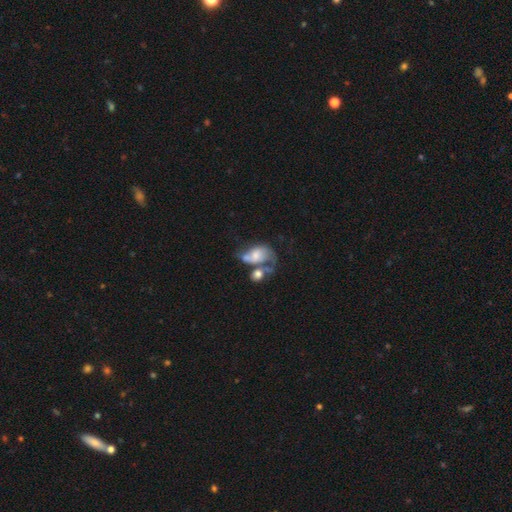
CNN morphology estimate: Smooth or featured? Predicted: featured or disk (p=0.52). Edge-on disk? Predicted: no (p=0.97). Bar? Predicted: no (p=0.73). Spiral arms? Predicted: yes (p=0.64). Bulge size? Predicted: moderate (p=0.38). Merging? Predicted: merger (p=0.47).